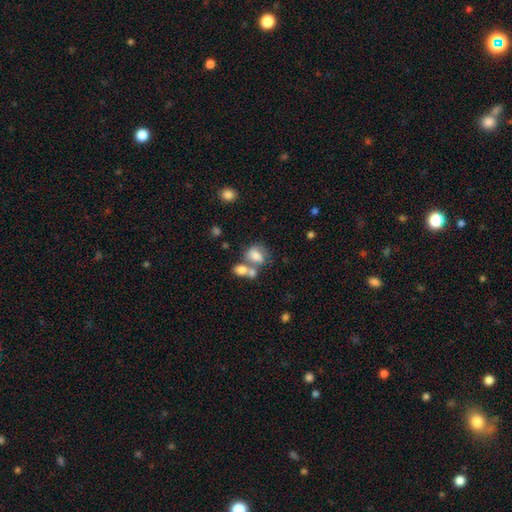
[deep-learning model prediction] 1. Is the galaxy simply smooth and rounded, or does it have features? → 62% smooth, 28% featured or disk, 10% star or artifact.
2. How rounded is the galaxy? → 66% in between, 33% round, 2% cigar-shaped.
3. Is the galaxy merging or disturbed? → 50% merger, 27% none, 13% minor disturbance, 10% major disturbance.